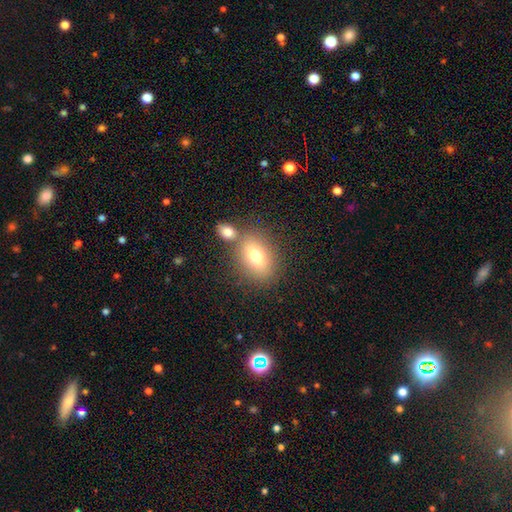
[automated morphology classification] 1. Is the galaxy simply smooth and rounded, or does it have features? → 73% smooth, 17% featured or disk, 10% star or artifact.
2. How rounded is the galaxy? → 75% in between, 22% round, 2% cigar-shaped.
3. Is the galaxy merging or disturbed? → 64% none, 21% merger, 11% minor disturbance, 4% major disturbance.